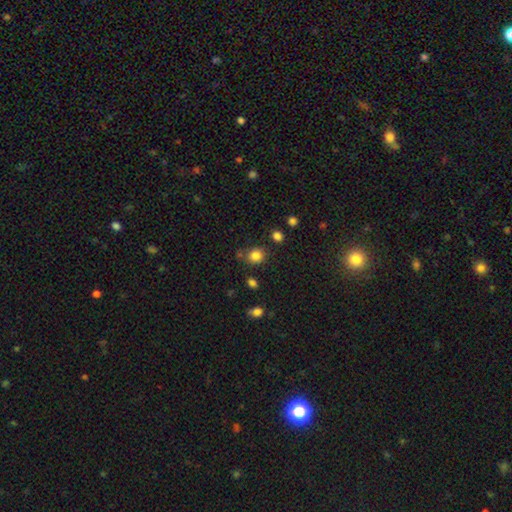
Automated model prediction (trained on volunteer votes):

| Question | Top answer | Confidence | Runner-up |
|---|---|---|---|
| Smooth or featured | smooth | 83% | star or artifact (12%) |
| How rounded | round | 75% | in between (24%) |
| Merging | none | 76% | minor disturbance (13%) |